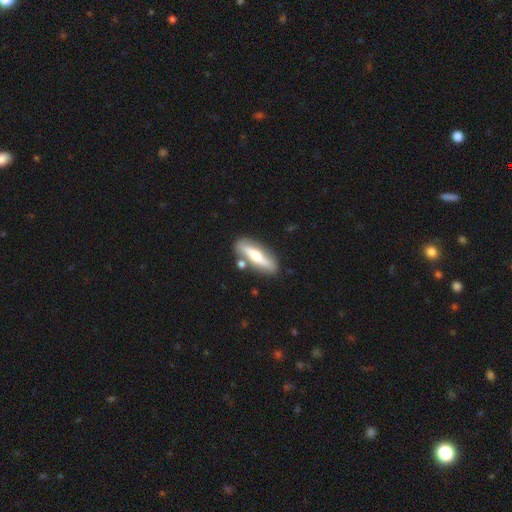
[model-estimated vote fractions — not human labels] Smooth or featured: featured or disk — 48% (smooth — 46%)
Merging: none — 78% (minor disturbance — 12%)